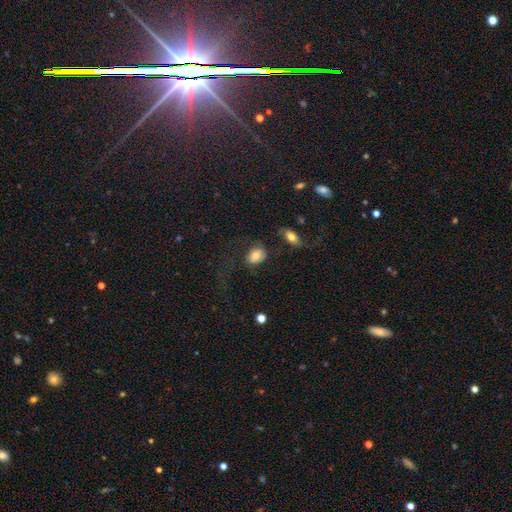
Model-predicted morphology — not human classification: A smooth galaxy with no disk features (77%) that is in between round and cigar-shaped (69%).

Vote fractions:
- Smooth or featured? smooth: 77% / featured or disk: 15% / star or artifact: 8%
- How rounded? in between: 69% / round: 30% / cigar-shaped: 2%
- Merging? none: 54% / major disturbance: 20% / minor disturbance: 19% / merger: 7%